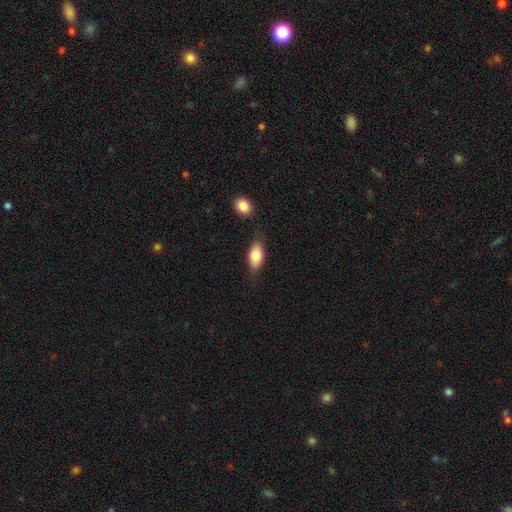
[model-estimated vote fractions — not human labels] smooth_or_featured: smooth (p=0.81) [alt: featured or disk p=0.12]
how_rounded: in between (p=0.89) [alt: cigar-shaped p=0.07]
merging: none (p=0.75) [alt: minor disturbance p=0.16]